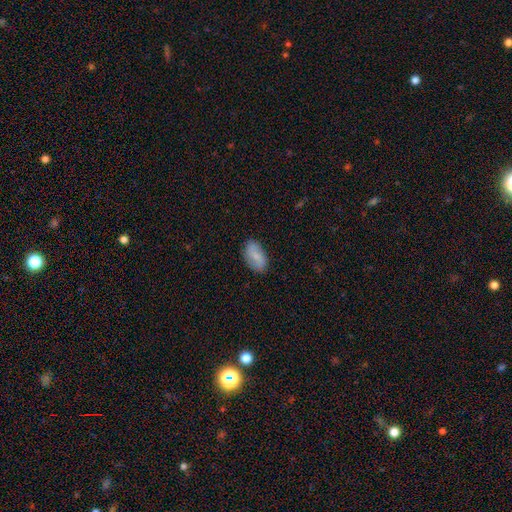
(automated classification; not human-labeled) Overall: smooth (74%). How rounded: in between (93%). Merging: none (84%).